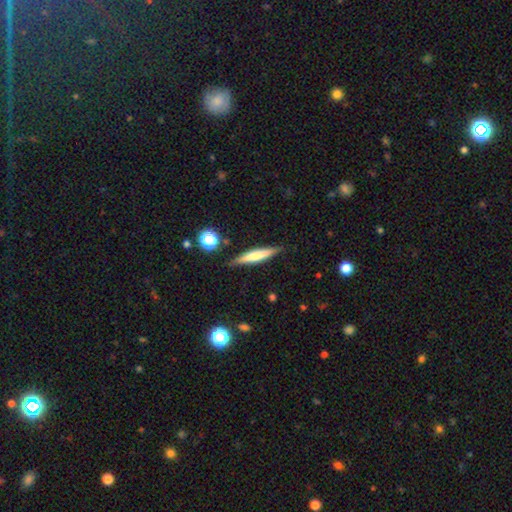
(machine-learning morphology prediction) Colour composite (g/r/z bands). It shows a smooth galaxy with no disk features (54%) that is cigar-shaped (90%). Merging: none (85%).